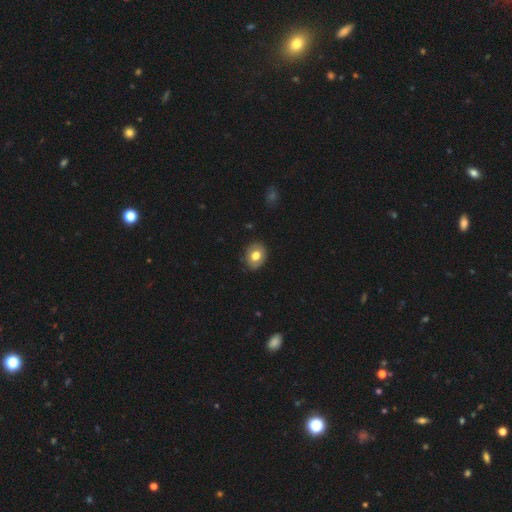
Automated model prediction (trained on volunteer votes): This is likely a smooth galaxy (70%). How rounded: possibly in between (50%). Merging: clearly none (84%).